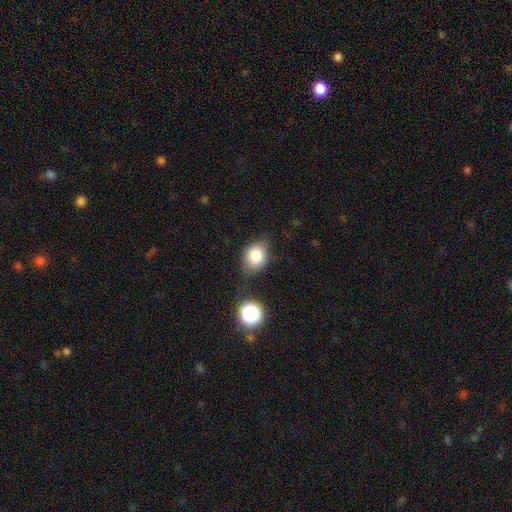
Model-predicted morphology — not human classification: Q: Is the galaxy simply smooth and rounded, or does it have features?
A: smooth — 81%.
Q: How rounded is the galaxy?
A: in between — 56%.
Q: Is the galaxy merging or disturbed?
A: none — 68%.